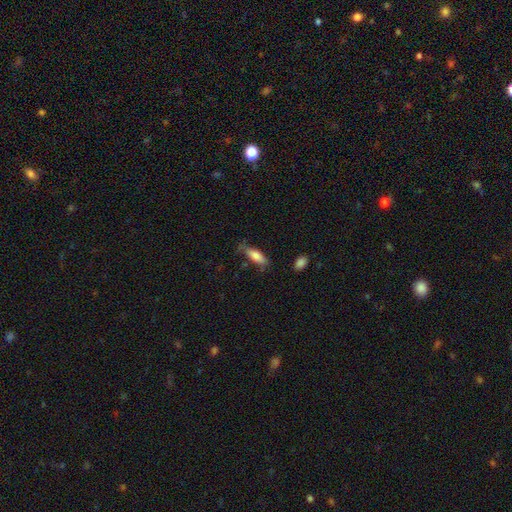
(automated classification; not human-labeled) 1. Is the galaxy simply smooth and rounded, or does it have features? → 77% smooth, 16% featured or disk, 7% star or artifact.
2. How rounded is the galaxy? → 59% in between, 39% cigar-shaped, 2% round.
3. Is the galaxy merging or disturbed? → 59% none, 29% minor disturbance, 9% major disturbance, 3% merger.